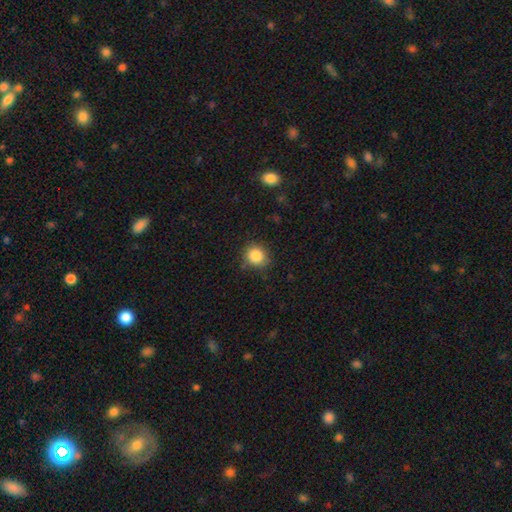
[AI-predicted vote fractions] Smooth or featured? smooth (86%)
How rounded? round (80%)
Merging? none (78%)